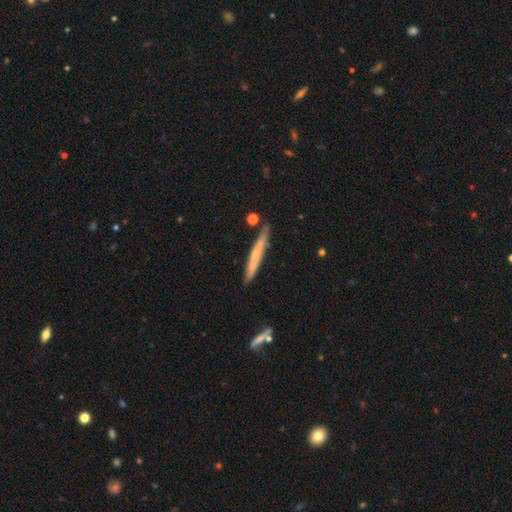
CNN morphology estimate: Smooth or featured: smooth — 51% (featured or disk — 43%)
How rounded: cigar-shaped — 95% (in between — 3%)
Merging: none — 82% (minor disturbance — 12%)